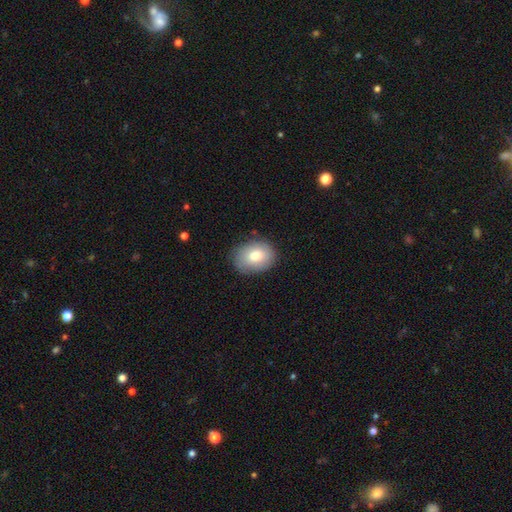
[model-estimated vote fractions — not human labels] This is likely a smooth galaxy (78%). How rounded: possibly in between (60%). Merging: clearly none (83%).